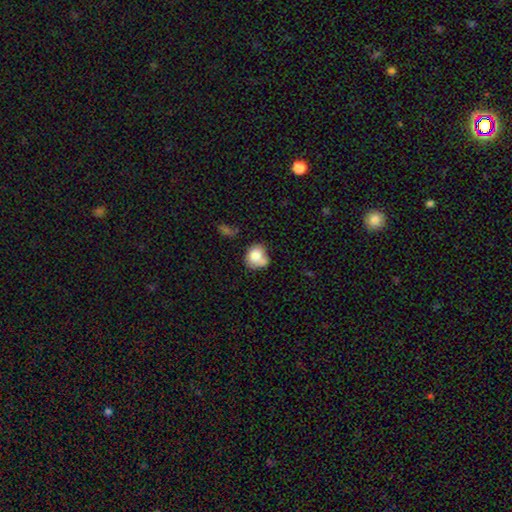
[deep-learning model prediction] A smooth galaxy with no disk features (76%) that is round (68%).

Vote fractions:
- Smooth or featured? smooth: 76% / featured or disk: 15% / star or artifact: 9%
- How rounded? round: 68% / in between: 31% / cigar-shaped: 1%
- Merging? none: 44% / merger: 25% / minor disturbance: 22% / major disturbance: 9%